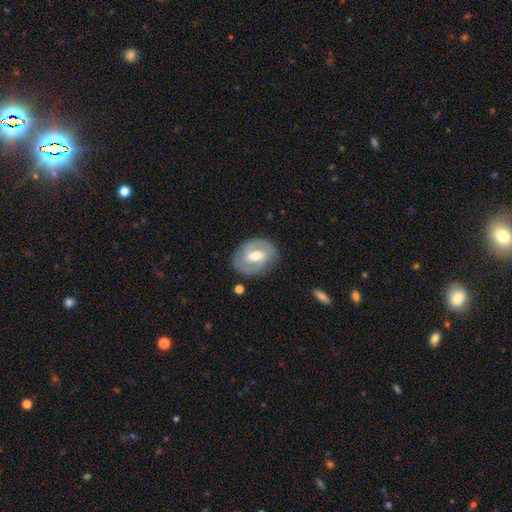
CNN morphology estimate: Smooth or featured? Predicted: featured or disk (p=0.71). Edge-on disk? Predicted: no (p=0.96). Bar? Predicted: weak (p=0.50). Spiral arms? Predicted: yes (p=0.79). Spiral winding? Predicted: medium (p=0.45). Spiral arm count? Predicted: 2 (p=0.80). Bulge size? Predicted: moderate (p=0.66). Merging? Predicted: none (p=0.79).